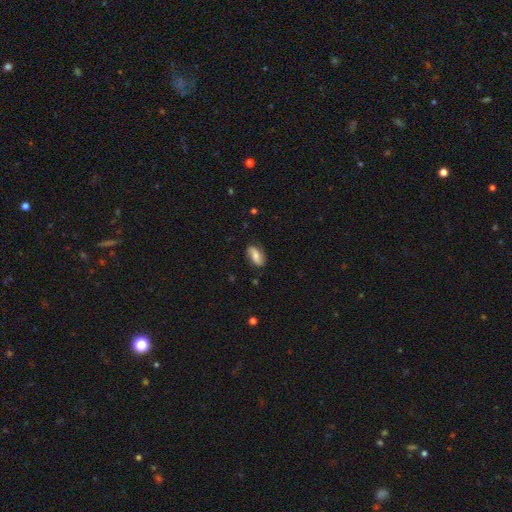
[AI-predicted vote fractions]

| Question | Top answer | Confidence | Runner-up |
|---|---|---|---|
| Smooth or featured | smooth | 54% | featured or disk (39%) |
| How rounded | in between | 87% | cigar-shaped (8%) |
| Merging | none | 80% | minor disturbance (15%) |